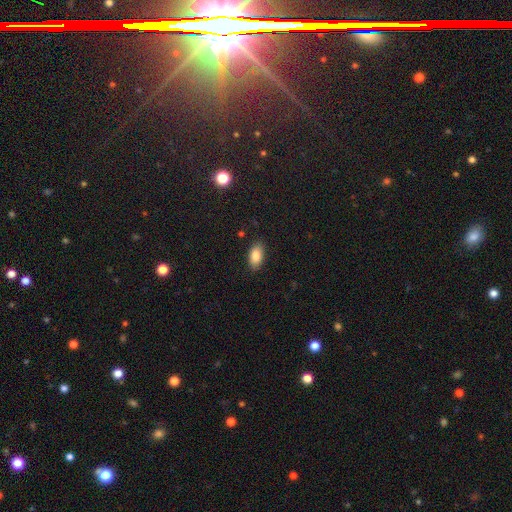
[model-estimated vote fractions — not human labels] A smooth galaxy with no disk features (85%) that is in between round and cigar-shaped (91%). Merging: none (86%).